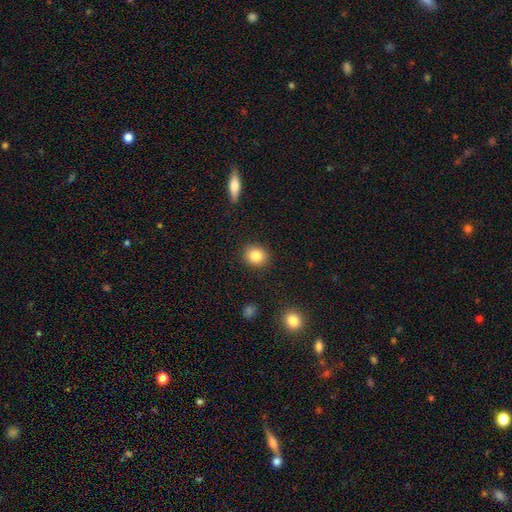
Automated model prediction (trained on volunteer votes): smooth_or_featured: smooth (p=0.85) [alt: star or artifact p=0.09]
how_rounded: round (p=0.73) [alt: in between p=0.26]
merging: none (p=0.89) [alt: minor disturbance p=0.08]